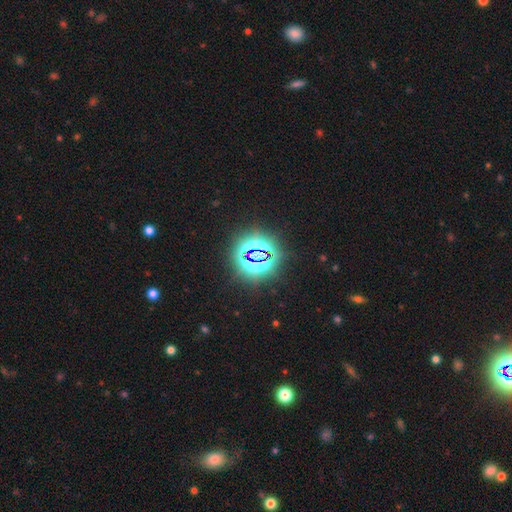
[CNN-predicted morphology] Smooth or featured? Predicted: star or artifact (p=0.78).